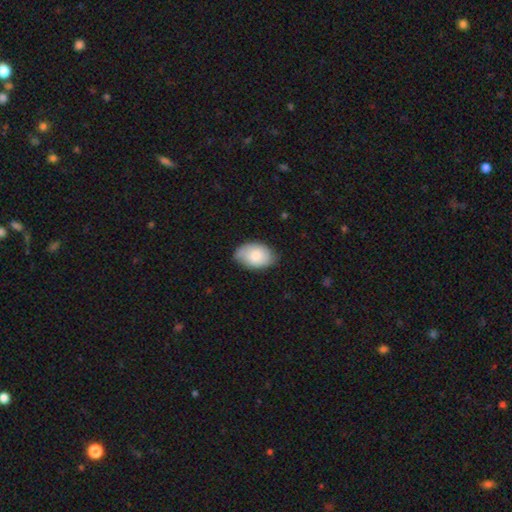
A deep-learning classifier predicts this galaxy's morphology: Overall: smooth (80%). How rounded: in between (88%). Merging: none (72%).